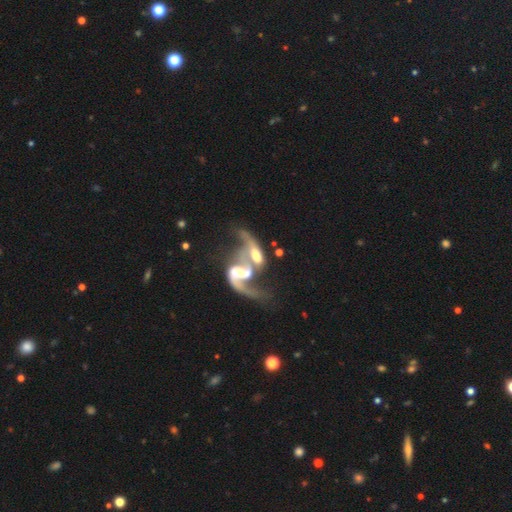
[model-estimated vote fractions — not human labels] Smooth or featured? Predicted: featured or disk (p=0.80). Edge-on disk? Predicted: no (p=0.94). Bar? Predicted: no (p=0.41). Spiral arms? Predicted: yes (p=0.85). Spiral winding? Predicted: loose (p=0.74). Spiral arm count? Predicted: 2 (p=0.76). Bulge size? Predicted: moderate (p=0.45). Merging? Predicted: merger (p=0.75).